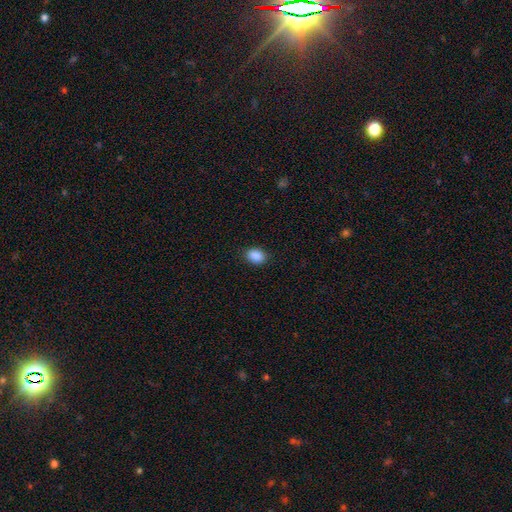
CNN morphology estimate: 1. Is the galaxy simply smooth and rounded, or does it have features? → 89% smooth, 8% star or artifact, 3% featured or disk.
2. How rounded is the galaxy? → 67% in between, 32% round, 1% cigar-shaped.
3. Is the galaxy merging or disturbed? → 88% none, 9% minor disturbance, 2% major disturbance, 1% merger.